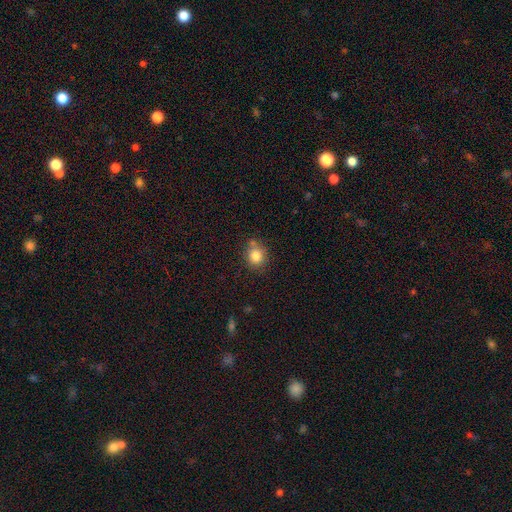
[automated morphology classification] smooth-or-featured: smooth: 83% | star or artifact: 10% | featured or disk: 7%
  how-rounded: round: 79% | in between: 20% | cigar-shaped: 1%
  merging: none: 70% | minor disturbance: 14% | merger: 12% | major disturbance: 4%